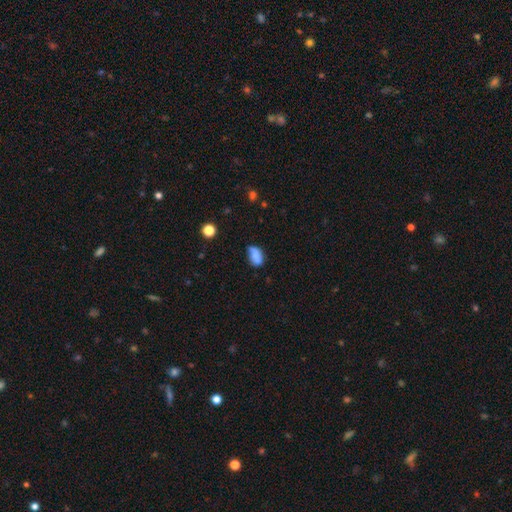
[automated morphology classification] Smooth or featured: smooth — 75% (featured or disk — 15%)
How rounded: in between — 87% (round — 10%)
Merging: none — 48% (minor disturbance — 32%)